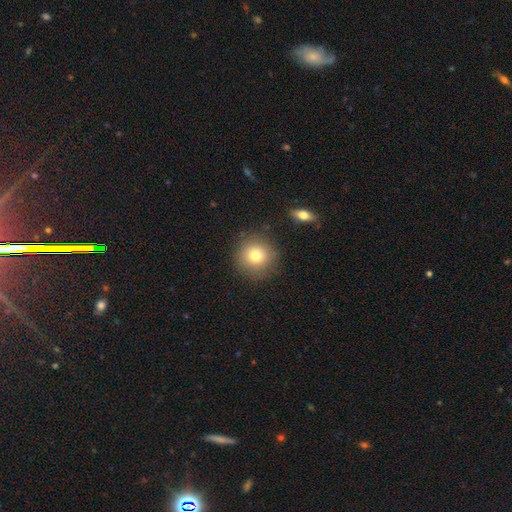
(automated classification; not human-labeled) smooth-or-featured: smooth: 77% | featured or disk: 12% | star or artifact: 11%
  how-rounded: round: 93% | in between: 6% | cigar-shaped: 1%
  merging: none: 85% | minor disturbance: 10% | major disturbance: 3% | merger: 2%